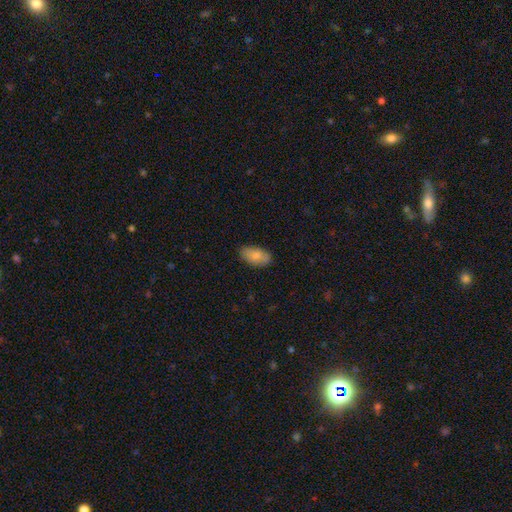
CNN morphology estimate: type=smooth (81%); roundness=in between (94%); merging=none (81%).